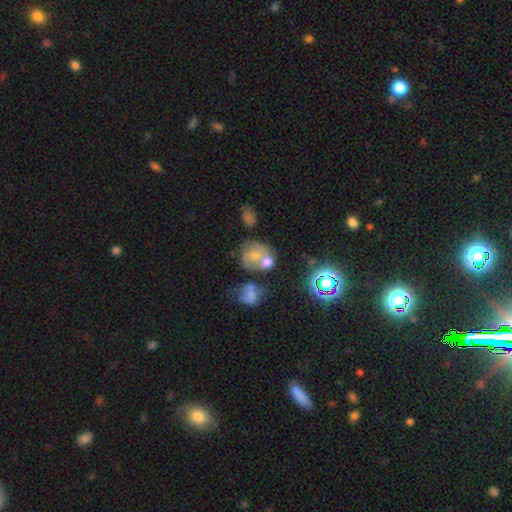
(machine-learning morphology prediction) type=smooth (49%); merging=merger (43%).